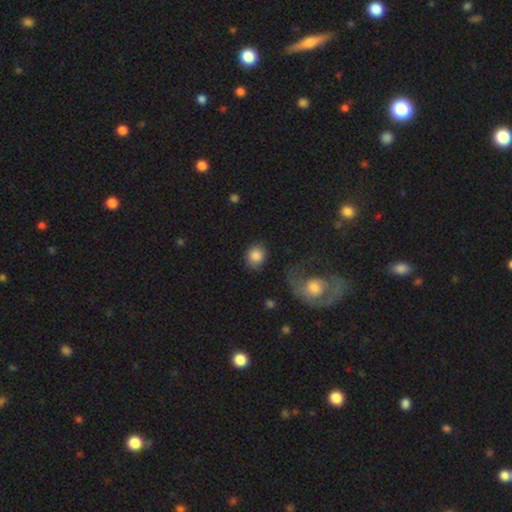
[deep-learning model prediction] Smooth or featured? smooth (85%)
How rounded? round (76%)
Merging? none (77%)